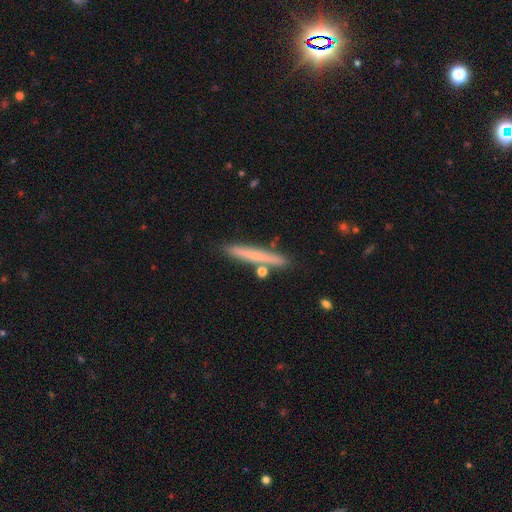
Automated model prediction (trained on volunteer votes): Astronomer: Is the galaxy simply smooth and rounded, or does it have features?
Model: smooth — 62%.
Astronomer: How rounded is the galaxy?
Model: cigar-shaped — 96%.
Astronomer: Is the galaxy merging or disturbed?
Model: none — 84%.